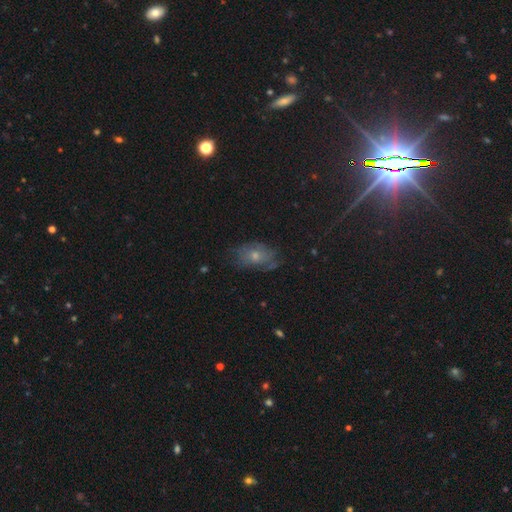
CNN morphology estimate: Overall: smooth (45%; featured or disk 38%). Merging: none (60%; minor disturbance 26%).